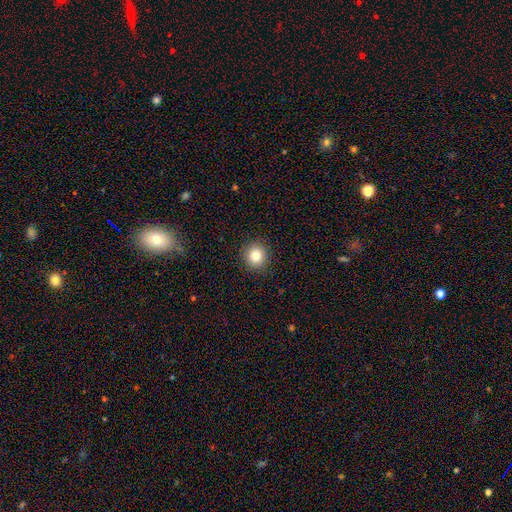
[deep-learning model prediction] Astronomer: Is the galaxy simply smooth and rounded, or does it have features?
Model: smooth — 82%.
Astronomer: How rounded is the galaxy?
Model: round — 91%.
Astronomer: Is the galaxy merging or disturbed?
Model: none — 91%.